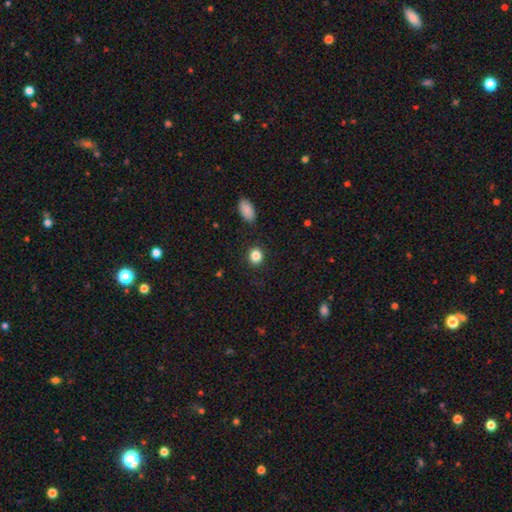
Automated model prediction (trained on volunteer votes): Smooth or featured? Predicted: smooth (p=0.85). How rounded? Predicted: round (p=0.69). Merging? Predicted: none (p=0.89).